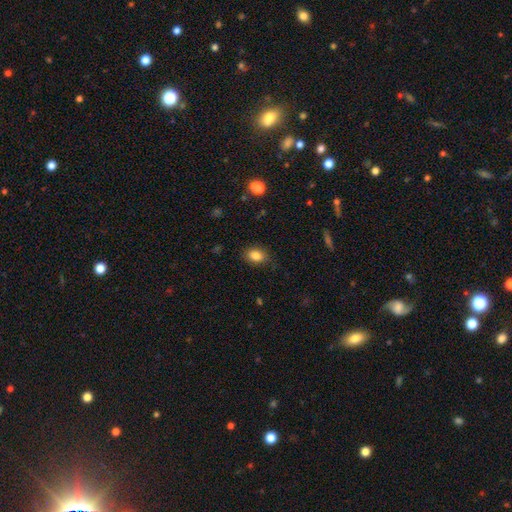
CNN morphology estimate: The model was most divided on "how rounded": in between: 74%, round: 25%, cigar-shaped: 1%. More confident: smooth or featured — smooth (85%); merging — none (84%).